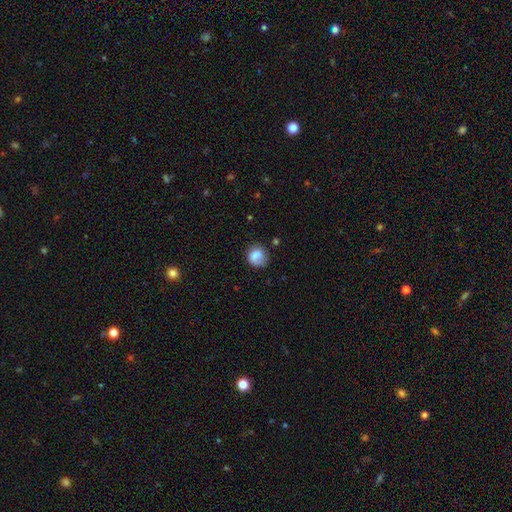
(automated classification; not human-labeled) Smooth or featured? smooth (79%)
How rounded? round (79%)
Merging? none (62%)